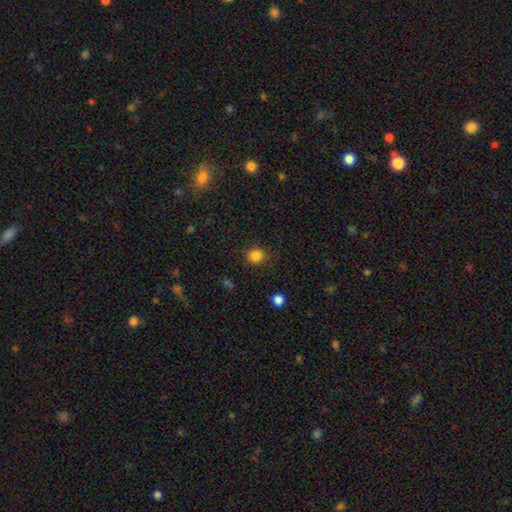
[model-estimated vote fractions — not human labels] Q: Smooth or featured?
A: smooth (85%); runner-up: star or artifact (12%)
Q: How rounded?
A: round (85%); runner-up: in between (14%)
Q: Merging?
A: none (86%); runner-up: minor disturbance (9%)